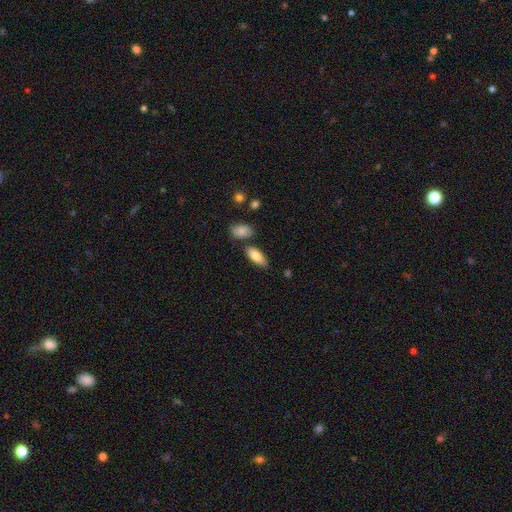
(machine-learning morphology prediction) The model was most divided on "merging": none: 75%, minor disturbance: 14%, merger: 8%, major disturbance: 3%. More confident: smooth or featured — smooth (80%); how rounded — in between (80%).